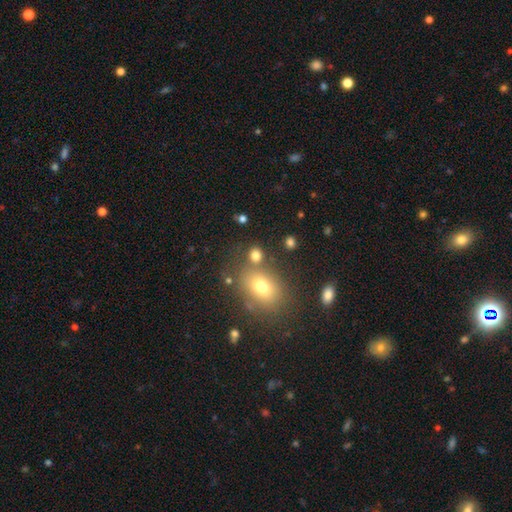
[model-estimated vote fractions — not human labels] Smooth or featured: smooth — 76% (star or artifact — 15%)
How rounded: round — 59% (in between — 40%)
Merging: none — 68% (merger — 15%)